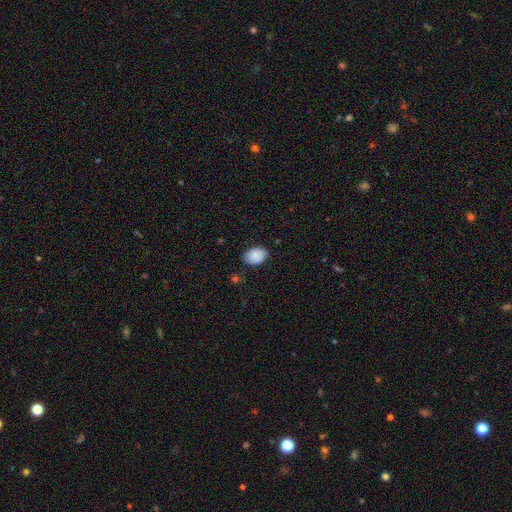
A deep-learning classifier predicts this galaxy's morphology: Smooth or featured? Predicted: smooth (p=0.86). How rounded? Predicted: in between (p=0.77). Merging? Predicted: none (p=0.75).